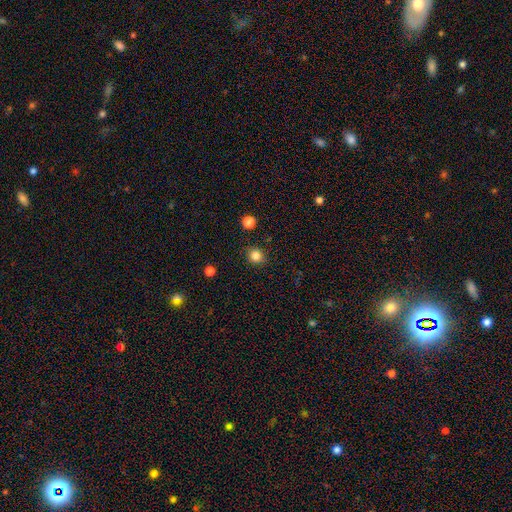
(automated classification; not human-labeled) This is clearly a smooth galaxy (83%). How rounded: clearly round (89%). Merging: clearly none (90%).